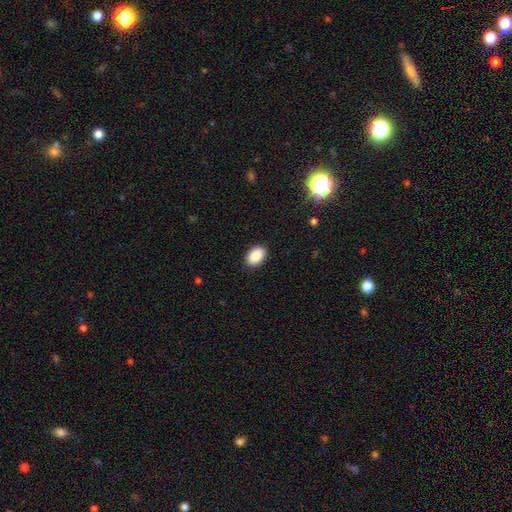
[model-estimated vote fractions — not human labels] This appears to be a smooth galaxy with no disk features (88%) that is in between round and cigar-shaped (88%). Merging: none (90%).